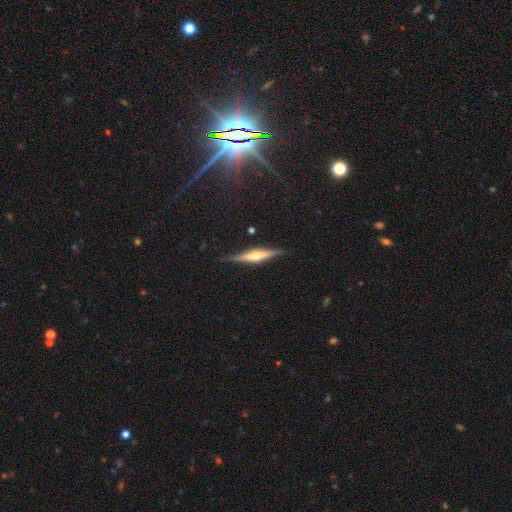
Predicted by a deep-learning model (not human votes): Q: Smooth or featured?
A: featured or disk (69%); runner-up: smooth (23%)
Q: Edge-on disk?
A: yes (97%); runner-up: no (3%)
Q: Edge-on bulge?
A: rounded (75%); runner-up: boxy (15%)
Q: Merging?
A: none (86%); runner-up: minor disturbance (11%)